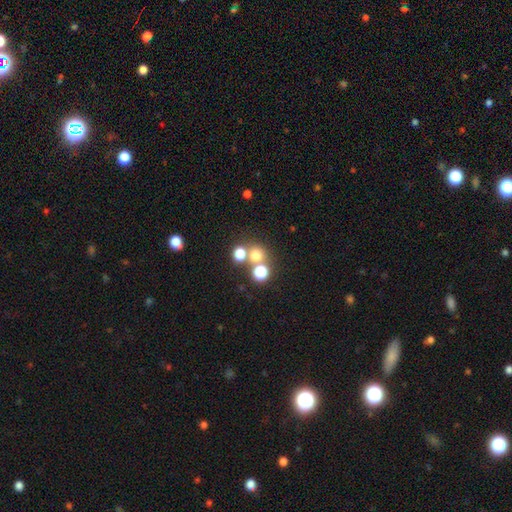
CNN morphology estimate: smooth_or_featured: smooth (p=0.68) [alt: star or artifact p=0.23]
how_rounded: round (p=0.85) [alt: in between p=0.14]
merging: none (p=0.57) [alt: merger p=0.32]